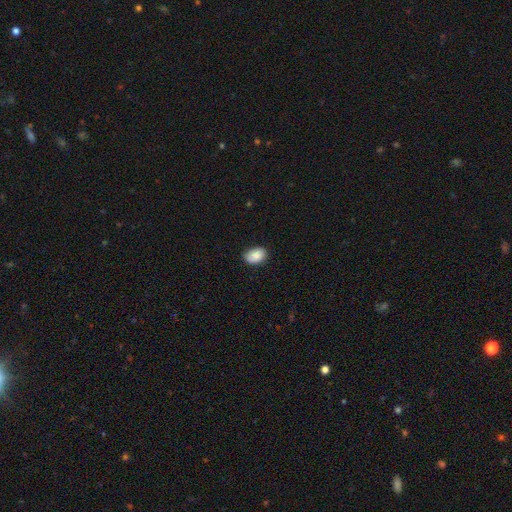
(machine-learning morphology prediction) A smooth galaxy with no disk features (87%) that is in between round and cigar-shaped (82%).

Vote fractions:
- Smooth or featured? smooth: 87% / star or artifact: 7% / featured or disk: 6%
- How rounded? in between: 82% / round: 17% / cigar-shaped: 1%
- Merging? none: 81% / minor disturbance: 16% / major disturbance: 2% / merger: 1%